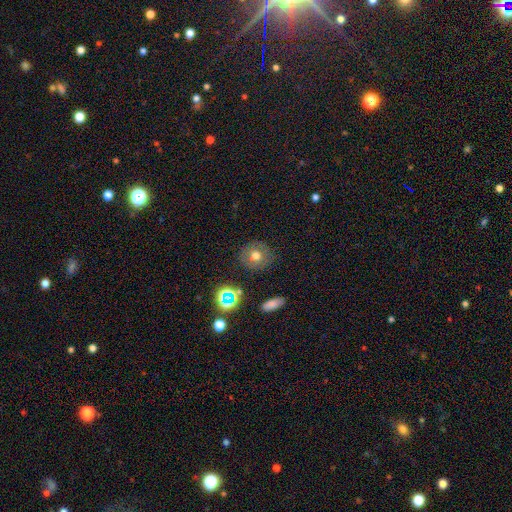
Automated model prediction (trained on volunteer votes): Overall: smooth (66%). How rounded: round (85%). Merging: none (84%).